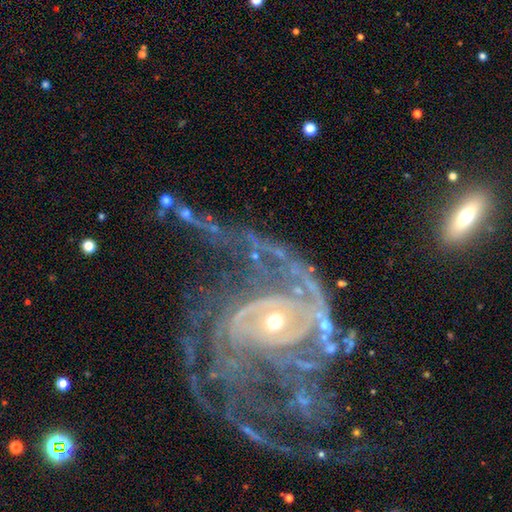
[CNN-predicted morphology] A featured or disk galaxy (88%) with no bar (56%), 2 (57%) medium (40%) spiral arms (94%) and a moderate central bulge (55%). Merging: none (49%).